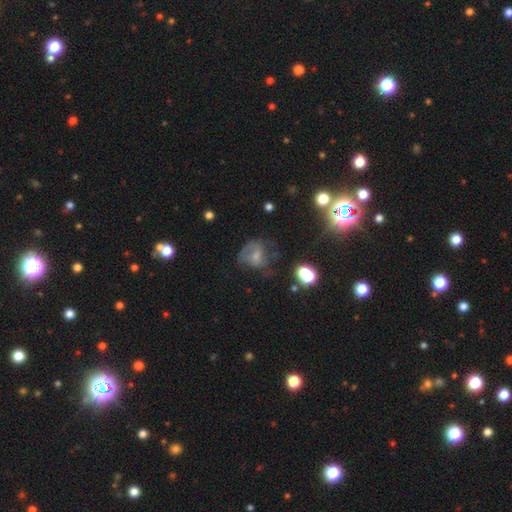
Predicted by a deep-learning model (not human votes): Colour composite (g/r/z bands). It shows a featured or disk galaxy (45%). Merging: none (40%).